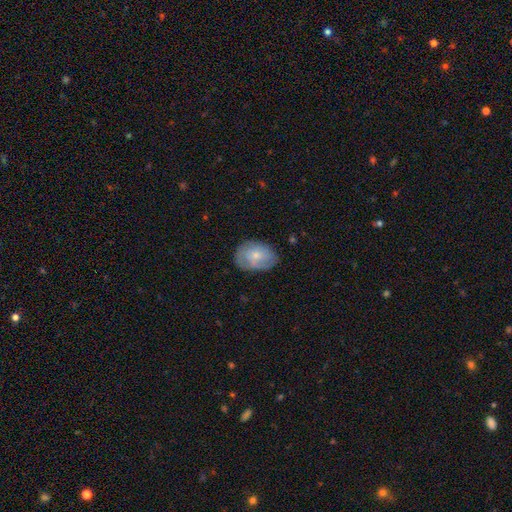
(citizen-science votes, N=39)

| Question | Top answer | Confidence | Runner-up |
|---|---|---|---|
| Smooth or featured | smooth | 56% | featured or disk (36%) |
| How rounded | in between | 82% | round (18%) |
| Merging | none | 56% | minor disturbance (39%) |